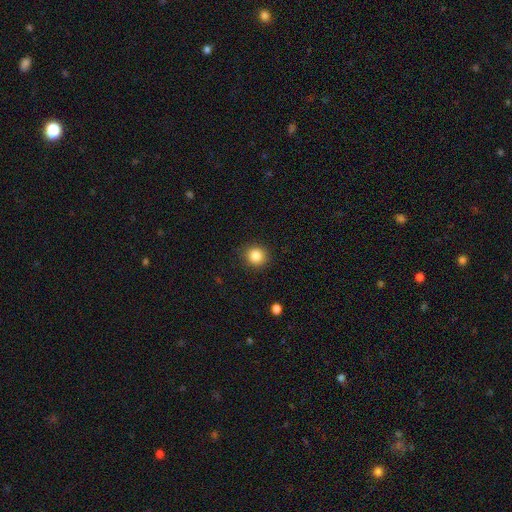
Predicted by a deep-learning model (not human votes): smooth_or_featured: smooth (p=0.85) [alt: star or artifact p=0.10]
how_rounded: round (p=0.90) [alt: in between p=0.09]
merging: none (p=0.88) [alt: minor disturbance p=0.08]